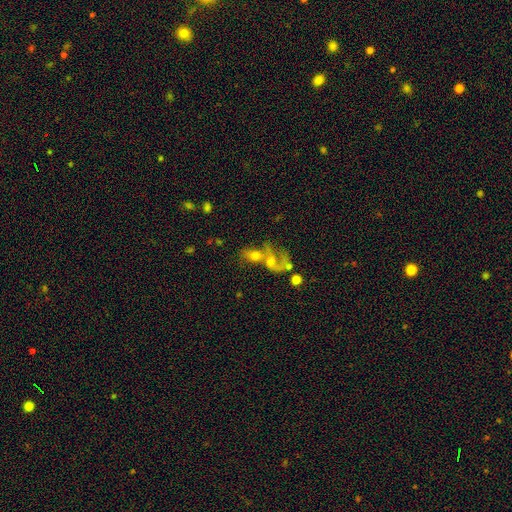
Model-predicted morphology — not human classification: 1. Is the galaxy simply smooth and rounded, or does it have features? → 45% featured or disk, 42% smooth, 13% star or artifact.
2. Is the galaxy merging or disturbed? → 73% merger, 12% major disturbance, 10% none, 5% minor disturbance.